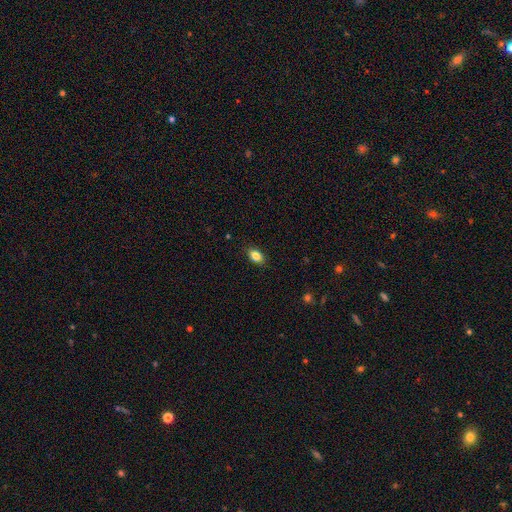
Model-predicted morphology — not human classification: type=smooth (83%); roundness=in between (86%); merging=none (87%).